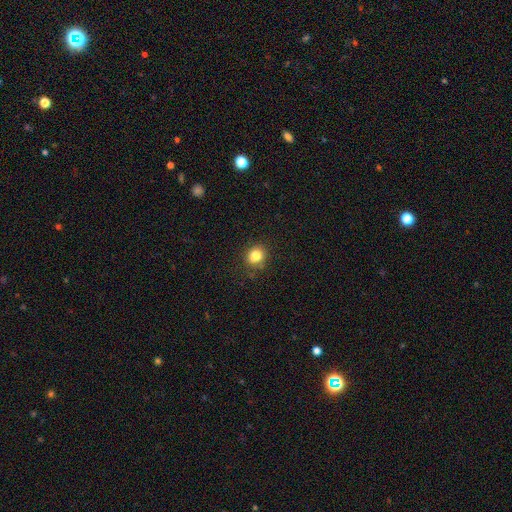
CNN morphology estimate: Smooth or featured: smooth — 82% (star or artifact — 11%)
How rounded: round — 71% (in between — 28%)
Merging: none — 82% (minor disturbance — 13%)